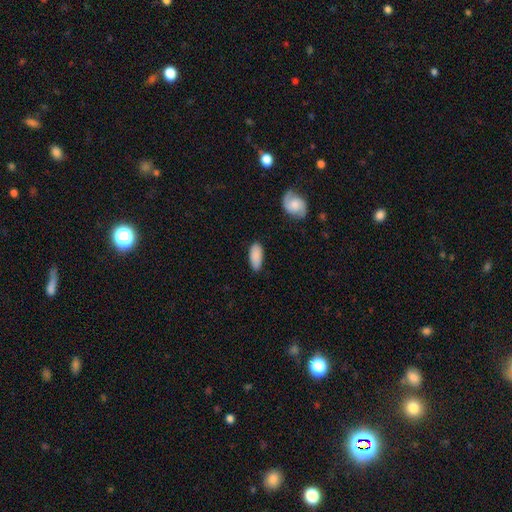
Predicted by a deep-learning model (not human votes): smooth 87%, featured or disk 7%, star or artifact 6%. Down the decision tree: how rounded — in between (86%); merging — none (79%).